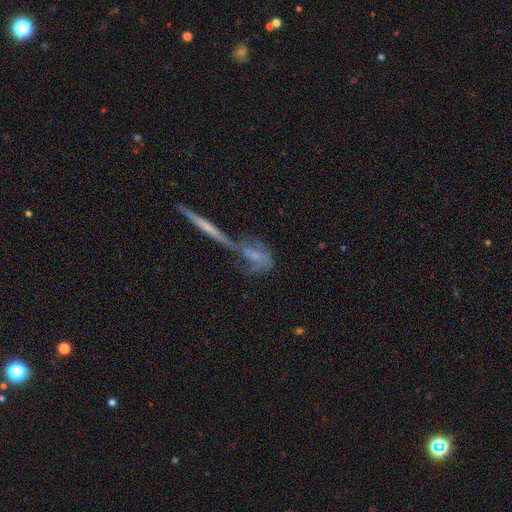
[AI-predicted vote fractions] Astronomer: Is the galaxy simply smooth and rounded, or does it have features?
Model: featured or disk — 47% (runner-up: smooth, 43%).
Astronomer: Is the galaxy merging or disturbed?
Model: merger — 50%.